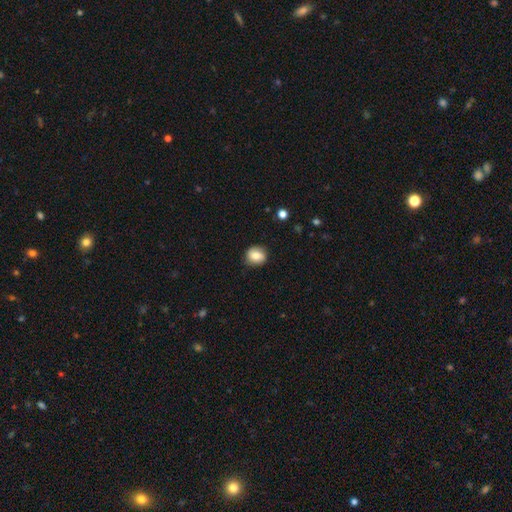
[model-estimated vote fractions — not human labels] Smooth or featured? Predicted: smooth (p=0.77). How rounded? Predicted: round (p=0.68). Merging? Predicted: none (p=0.82).